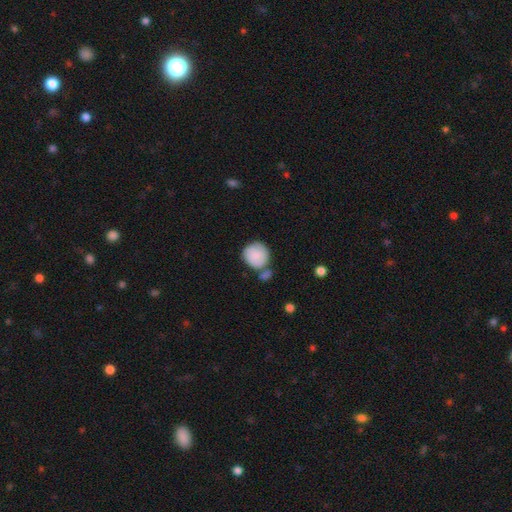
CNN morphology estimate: Smooth or featured? smooth (83%)
How rounded? round (89%)
Merging? none (54%)